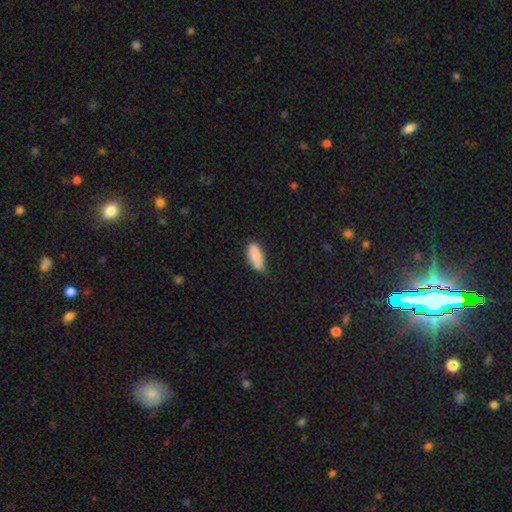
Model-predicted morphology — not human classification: This appears to be a smooth galaxy with no disk features (87%) that is in between round and cigar-shaped (79%). Merging: none (64%).